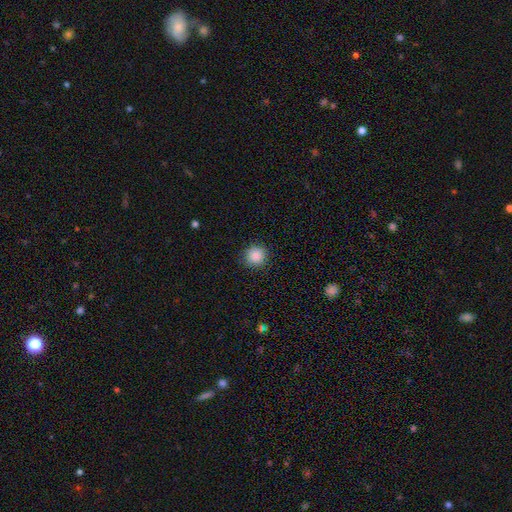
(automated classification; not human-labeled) Morphology: type=smooth (88%); roundness=round (92%); merging=none (89%).